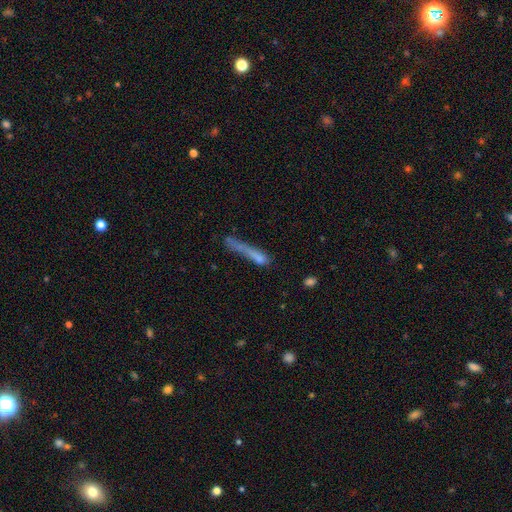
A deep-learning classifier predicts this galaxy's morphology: Smooth or featured: smooth — 61% (featured or disk — 27%)
How rounded: cigar-shaped — 87% (in between — 10%)
Merging: none — 33% (major disturbance — 28%)